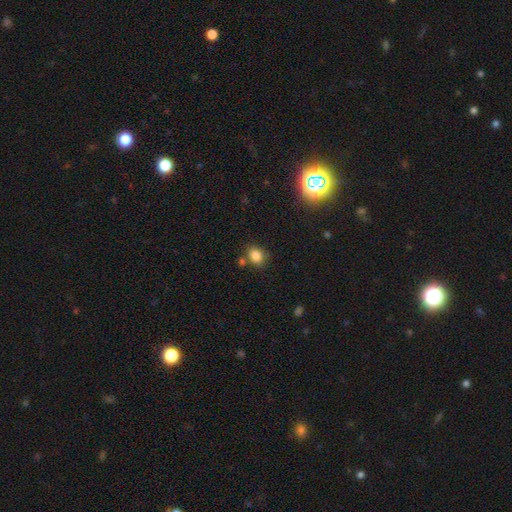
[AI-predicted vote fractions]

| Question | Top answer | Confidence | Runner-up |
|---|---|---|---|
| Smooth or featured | smooth | 82% | star or artifact (12%) |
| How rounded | round | 50% | in between (49%) |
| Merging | none | 71% | minor disturbance (14%) |